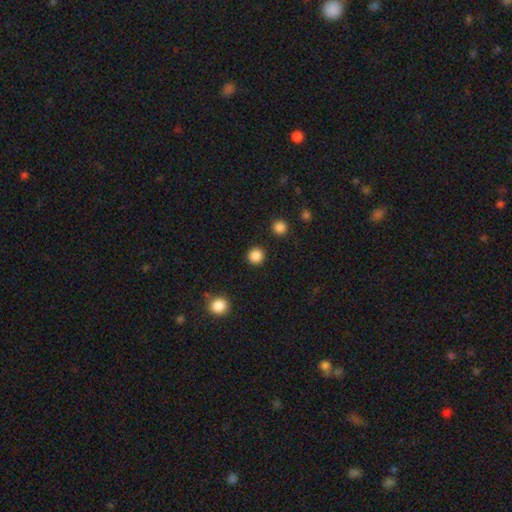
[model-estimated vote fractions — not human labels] This is clearly a smooth galaxy (86%). How rounded: clearly round (95%). Merging: clearly none (92%).